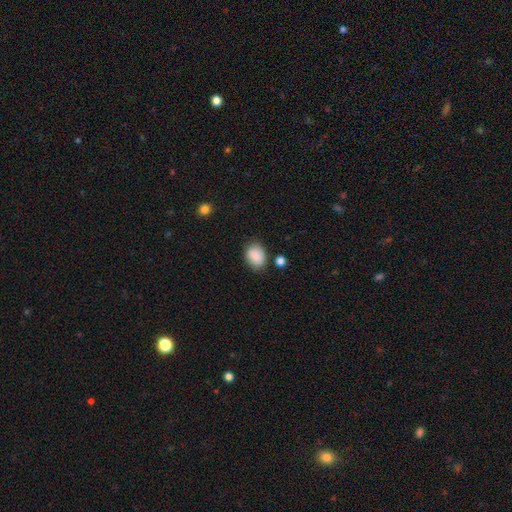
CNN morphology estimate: Smooth or featured? Predicted: smooth (p=0.88). How rounded? Predicted: in between (p=0.65). Merging? Predicted: none (p=0.77).